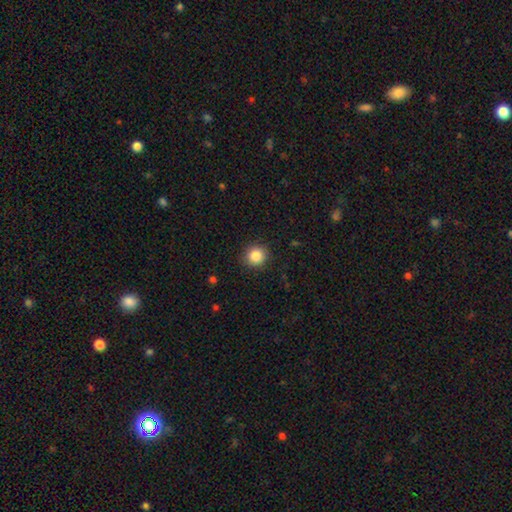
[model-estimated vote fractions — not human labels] Smooth or featured: smooth — 86% (star or artifact — 10%)
How rounded: round — 90% (in between — 9%)
Merging: none — 88% (minor disturbance — 8%)